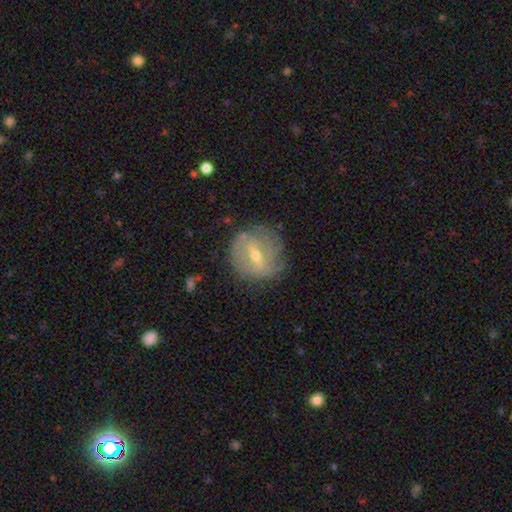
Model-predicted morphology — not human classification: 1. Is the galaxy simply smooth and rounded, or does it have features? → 68% featured or disk, 24% smooth, 8% star or artifact.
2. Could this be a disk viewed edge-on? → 93% no, 7% yes.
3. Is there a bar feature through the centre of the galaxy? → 52% weak, 30% strong, 17% no.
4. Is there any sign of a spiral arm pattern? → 61% yes, 39% no.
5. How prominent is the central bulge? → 57% moderate, 39% small, 2% large, 1% none, 1% dominant.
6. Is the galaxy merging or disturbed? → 73% none, 18% minor disturbance, 7% major disturbance, 2% merger.